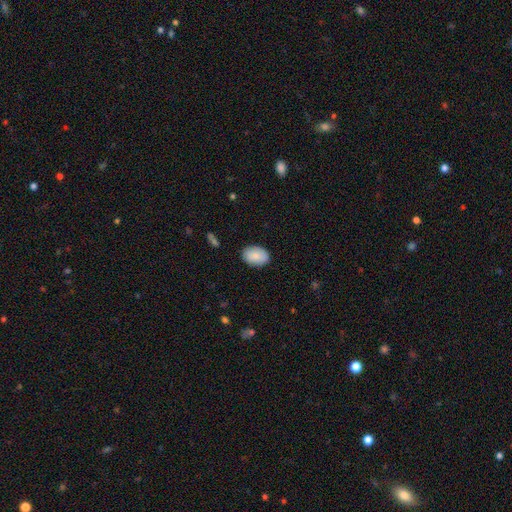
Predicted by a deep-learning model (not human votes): Smooth or featured? Predicted: smooth (p=0.86). How rounded? Predicted: in between (p=0.85). Merging? Predicted: none (p=0.86).